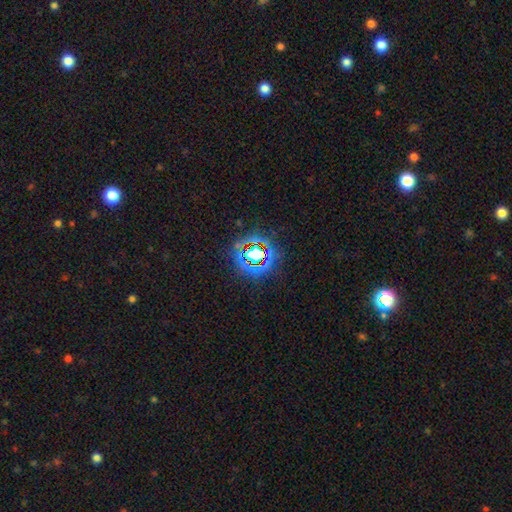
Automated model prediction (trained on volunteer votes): Smooth or featured: star or artifact — 77% (smooth — 13%)